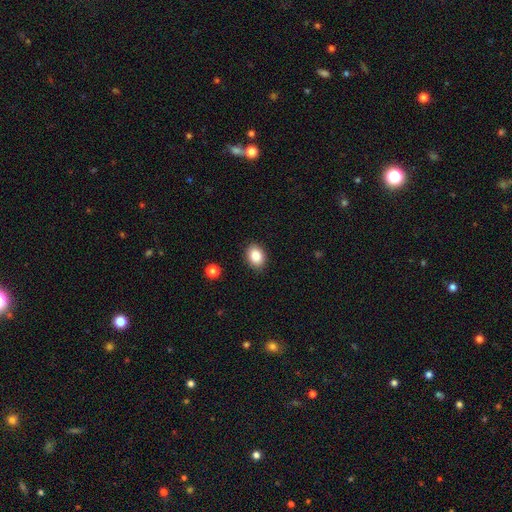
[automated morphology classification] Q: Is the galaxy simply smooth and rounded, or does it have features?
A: smooth — 86%.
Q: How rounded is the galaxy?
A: in between — 71%.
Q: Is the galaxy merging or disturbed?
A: none — 88%.